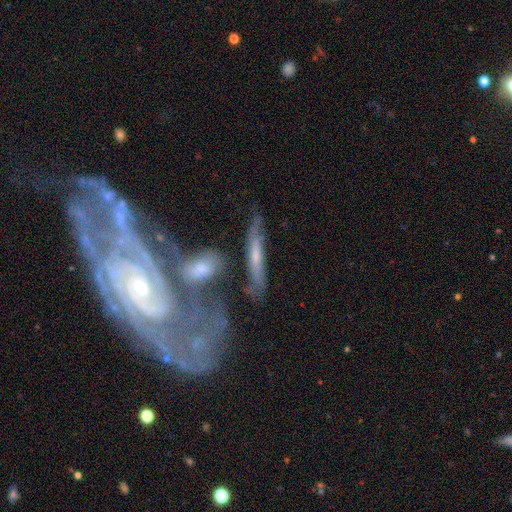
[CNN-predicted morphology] This is possibly a featured or disk galaxy (55%). It is possibly viewed edge-on (52%). Merging: possibly none (53%).